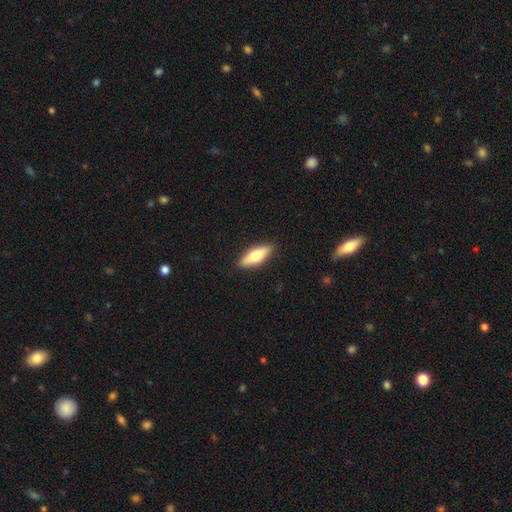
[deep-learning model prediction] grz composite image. It shows a smooth galaxy with no disk features (65%) that is in between round and cigar-shaped (63%). Merging: none (89%).